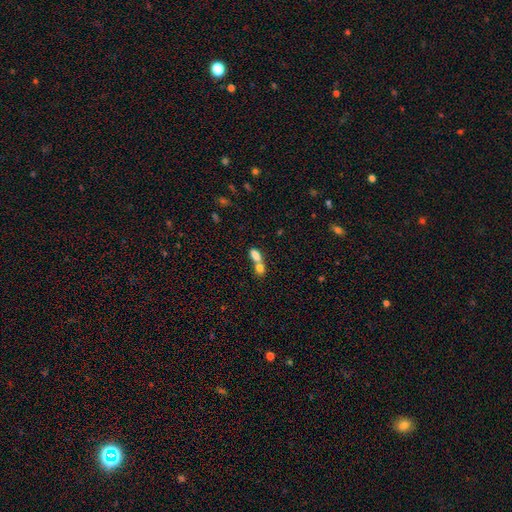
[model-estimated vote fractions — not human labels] A smooth galaxy with no disk features (79%) that is in between round and cigar-shaped (79%). Merging: merger (68%).